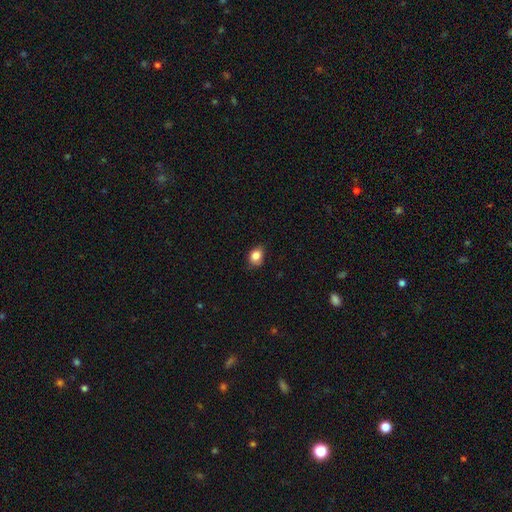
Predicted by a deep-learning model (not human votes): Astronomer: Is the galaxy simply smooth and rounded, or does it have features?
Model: smooth — 85%.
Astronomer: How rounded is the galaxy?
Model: in between — 59% (runner-up: round, 40%).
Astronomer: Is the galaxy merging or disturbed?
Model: none — 77%.